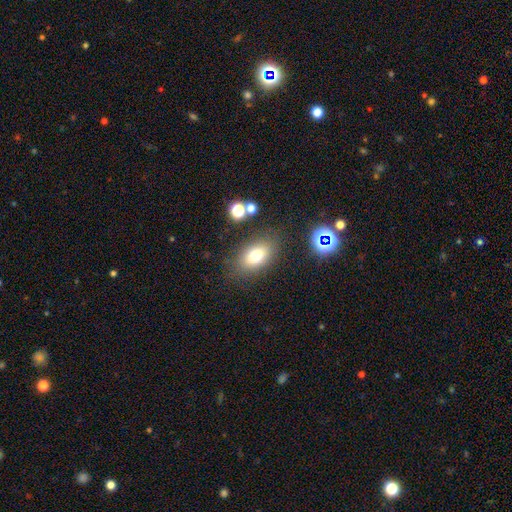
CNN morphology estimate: A smooth galaxy with no disk features (74%) that is in between round and cigar-shaped (84%).

Vote fractions:
- Smooth or featured? smooth: 74% / featured or disk: 14% / star or artifact: 12%
- How rounded? in between: 84% / round: 13% / cigar-shaped: 3%
- Merging? none: 80% / minor disturbance: 12% / major disturbance: 5% / merger: 3%